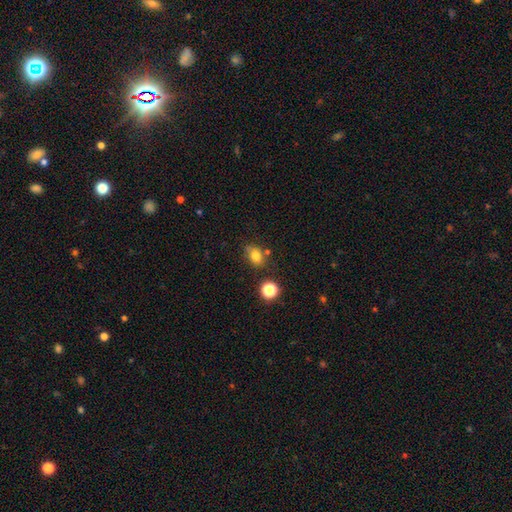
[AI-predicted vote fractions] This is likely a smooth galaxy (79%). How rounded: likely in between (61%). Merging: likely none (68%).